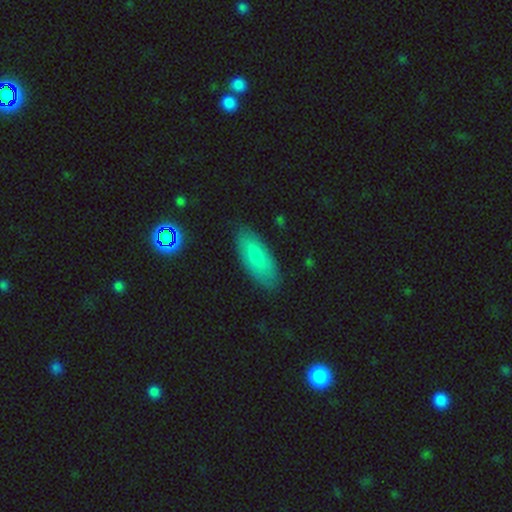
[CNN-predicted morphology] This appears to be a smooth galaxy with no disk features (72%) that is in between round and cigar-shaped (81%). Merging: none (84%).